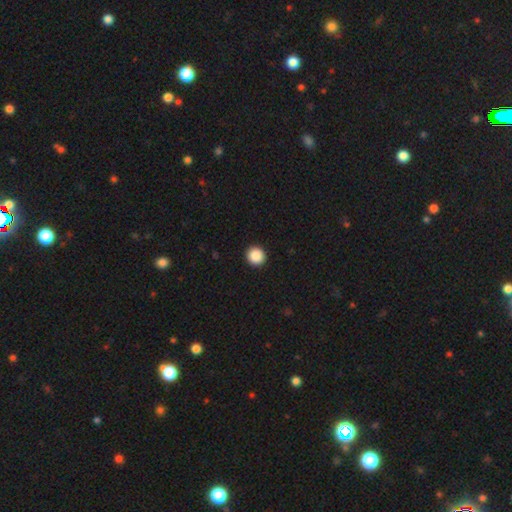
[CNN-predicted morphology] The model was most divided on "smooth or featured": smooth: 89%, star or artifact: 9%, featured or disk: 3%. More confident: how rounded — round (95%); merging — none (94%).